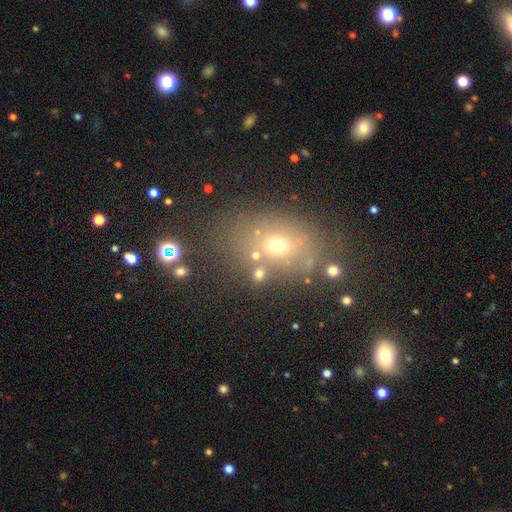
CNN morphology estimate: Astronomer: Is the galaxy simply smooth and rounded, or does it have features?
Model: smooth — 59%.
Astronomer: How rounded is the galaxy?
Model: in between — 56% (runner-up: round, 41%).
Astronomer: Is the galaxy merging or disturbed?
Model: none — 64%.